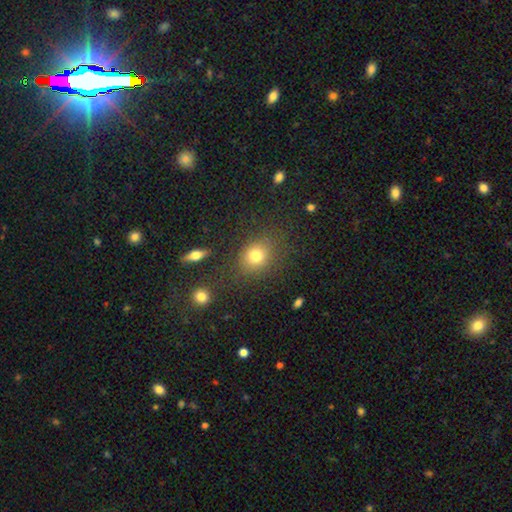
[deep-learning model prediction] Smooth or featured: smooth — 79% (star or artifact — 13%)
How rounded: round — 66% (in between — 33%)
Merging: none — 79% (minor disturbance — 11%)